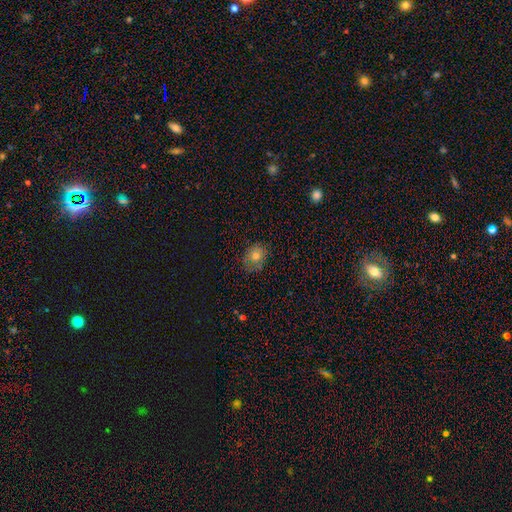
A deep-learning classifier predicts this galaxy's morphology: A smooth galaxy with no disk features (67%) that is round (53%).

Vote fractions:
- Smooth or featured? smooth: 67% / featured or disk: 20% / star or artifact: 13%
- How rounded? round: 53% / in between: 46% / cigar-shaped: 1%
- Merging? none: 72% / minor disturbance: 21% / major disturbance: 6% / merger: 1%